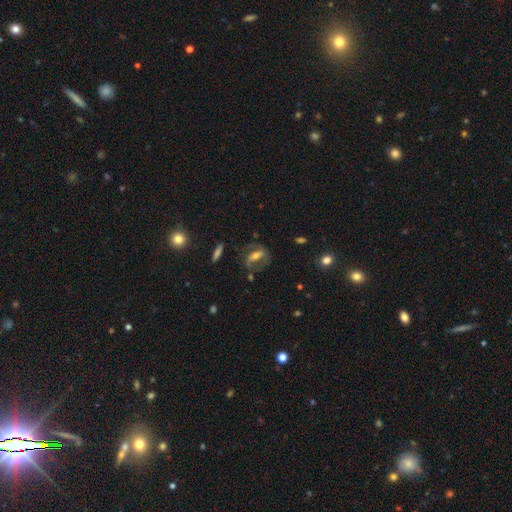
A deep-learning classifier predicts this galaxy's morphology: smooth_or_featured: featured or disk (p=0.59) [alt: smooth p=0.31]
disk_edge_on: no (p=0.85) [alt: yes p=0.15]
bar: strong (p=0.44) [alt: weak p=0.29]
has_spiral_arms: yes (p=0.58) [alt: no p=0.42]
bulge_size: moderate (p=0.47) [alt: small p=0.32]
merging: none (p=0.59) [alt: minor disturbance p=0.19]